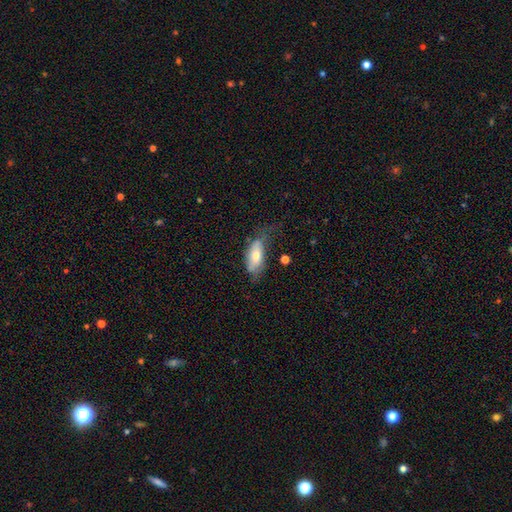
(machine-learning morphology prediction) smooth_or_featured: smooth (p=0.66) [alt: featured or disk p=0.28]
how_rounded: in between (p=0.86) [alt: cigar-shaped p=0.11]
merging: none (p=0.39) [alt: minor disturbance p=0.35]